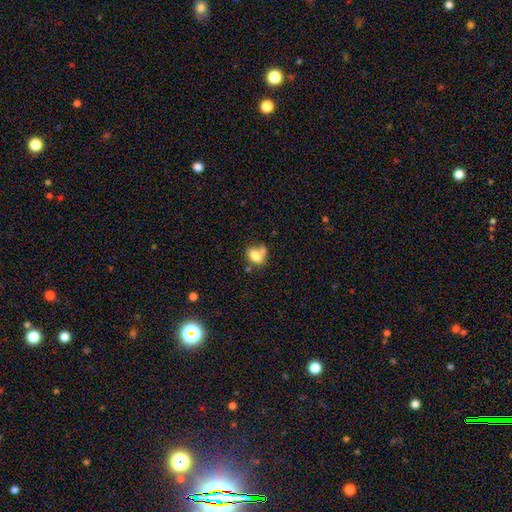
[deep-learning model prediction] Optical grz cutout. It shows a smooth galaxy with no disk features (75%) that is in between round and cigar-shaped (73%). Merging: merger (37%).